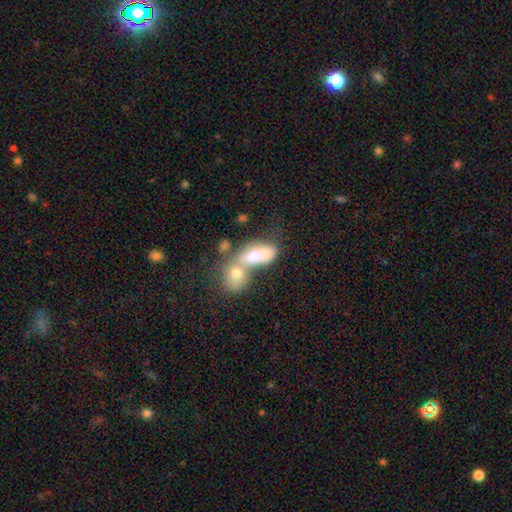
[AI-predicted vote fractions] smooth 71%, featured or disk 20%, star or artifact 9%. Down the decision tree: how rounded — in between (80%); merging — merger (67%).